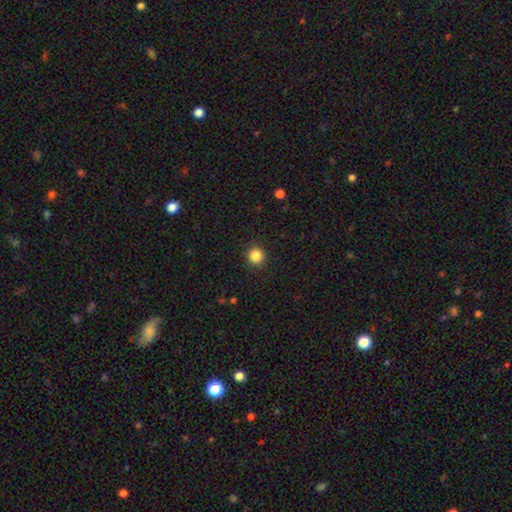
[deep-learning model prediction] Q: Smooth or featured?
A: smooth (86%); runner-up: star or artifact (11%)
Q: How rounded?
A: round (94%); runner-up: in between (5%)
Q: Merging?
A: none (92%); runner-up: minor disturbance (5%)